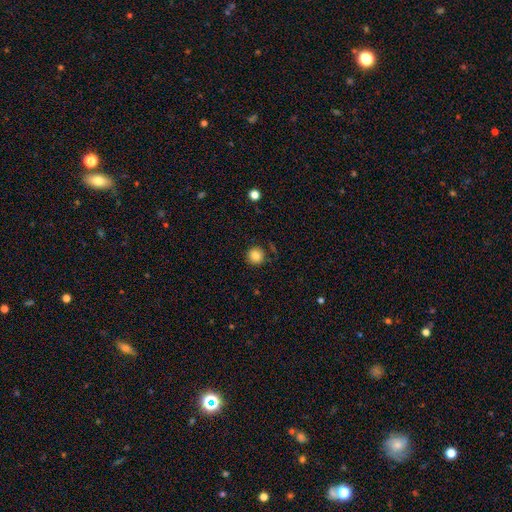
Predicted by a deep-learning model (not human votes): Morphology: type=smooth (85%); roundness=round (93%); merging=none (87%).